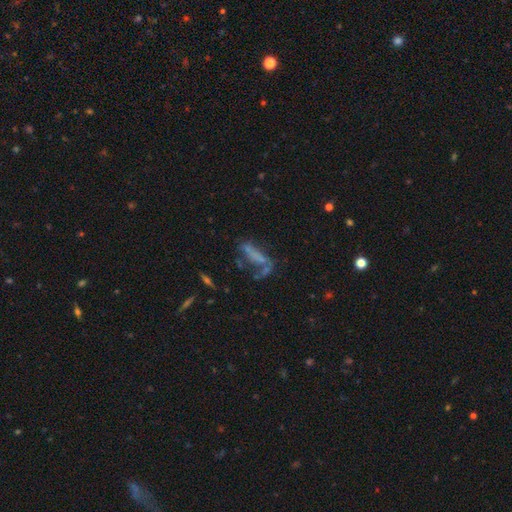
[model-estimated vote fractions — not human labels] smooth-or-featured: featured or disk: 41% | smooth: 40% | star or artifact: 20%
  merging: major disturbance: 33% | none: 32% | minor disturbance: 18% | merger: 16%